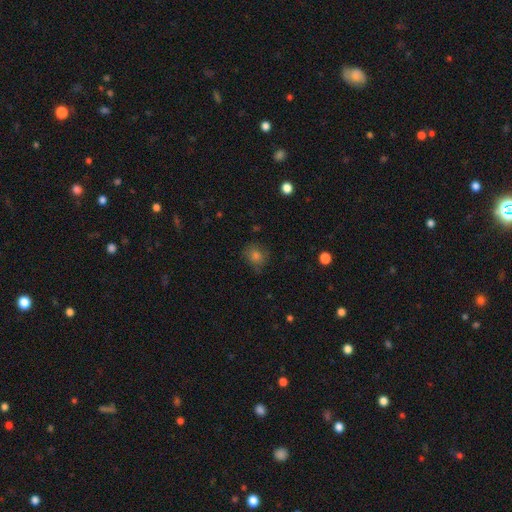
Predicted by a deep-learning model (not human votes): smooth 73%, star or artifact 18%, featured or disk 9%. Down the decision tree: how rounded — round (77%); merging — none (75%).